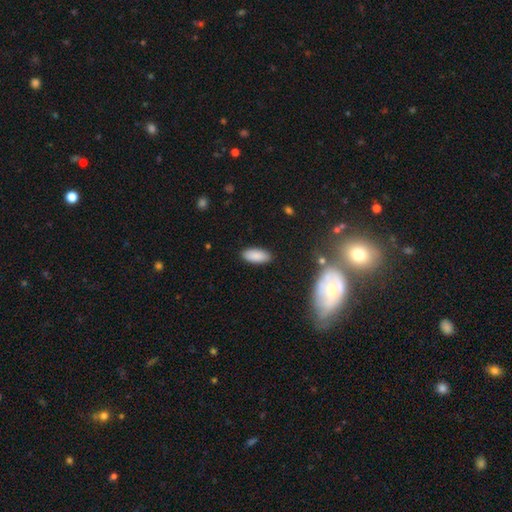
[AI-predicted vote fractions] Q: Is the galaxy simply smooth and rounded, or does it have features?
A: smooth — 88%.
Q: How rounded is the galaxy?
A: in between — 86%.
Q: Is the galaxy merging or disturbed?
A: none — 89%.